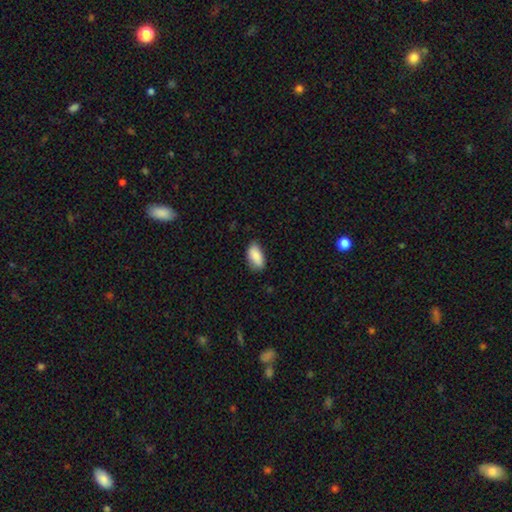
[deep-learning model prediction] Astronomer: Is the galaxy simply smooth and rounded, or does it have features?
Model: smooth — 87%.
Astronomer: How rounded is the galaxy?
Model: in between — 90%.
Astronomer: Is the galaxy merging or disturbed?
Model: none — 78%.